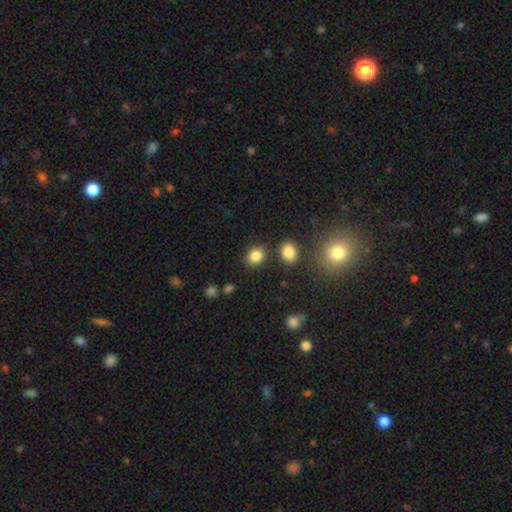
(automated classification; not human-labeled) This appears to be a smooth galaxy with no disk features (84%) that is round (61%). Merging: none (79%).